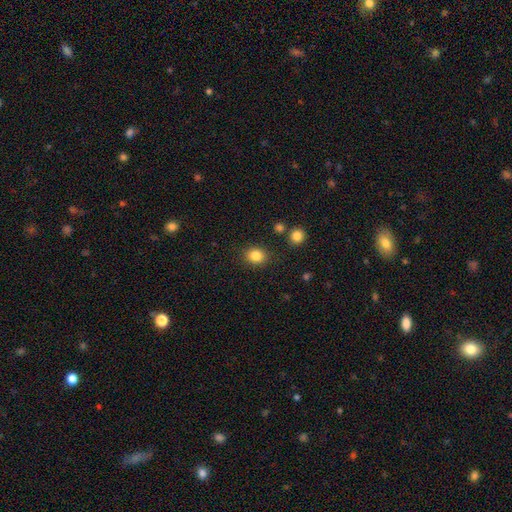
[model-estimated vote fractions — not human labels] This appears to be a smooth galaxy with no disk features (84%) that is round (66%). Merging: none (86%).